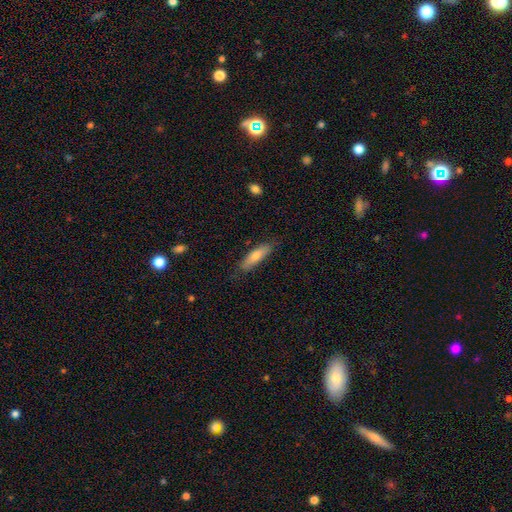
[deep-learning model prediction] Smooth or featured? smooth (65%)
How rounded? cigar-shaped (70%)
Merging? none (83%)